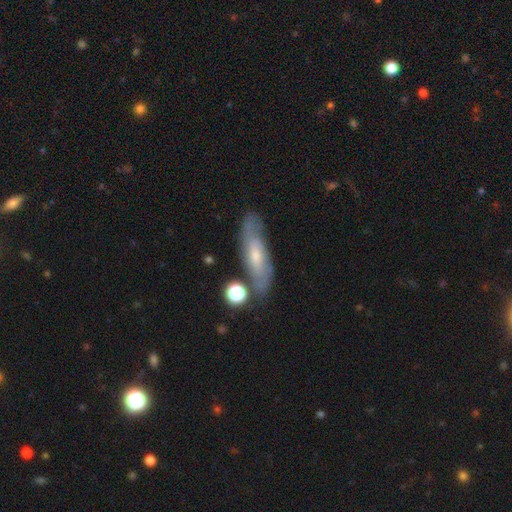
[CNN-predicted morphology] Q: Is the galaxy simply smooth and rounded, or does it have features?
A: featured or disk — 56%.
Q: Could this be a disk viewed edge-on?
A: no — 69%.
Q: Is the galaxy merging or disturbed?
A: none — 72%.